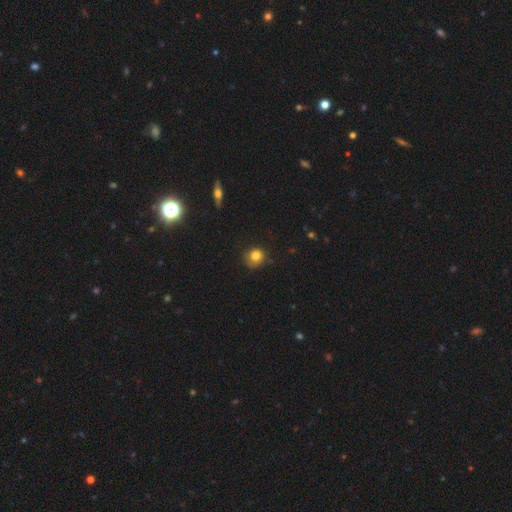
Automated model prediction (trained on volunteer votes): Smooth or featured: smooth — 80% (star or artifact — 11%)
How rounded: round — 85% (in between — 14%)
Merging: none — 70% (minor disturbance — 22%)